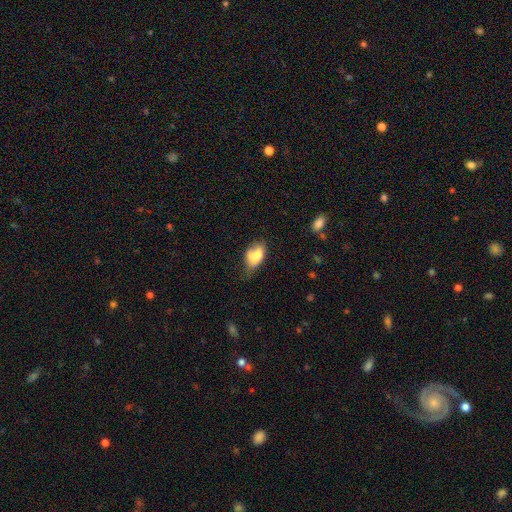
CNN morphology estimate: Smooth or featured: smooth — 65% (featured or disk — 26%)
How rounded: in between — 86% (round — 11%)
Merging: merger — 33% (none — 27%)